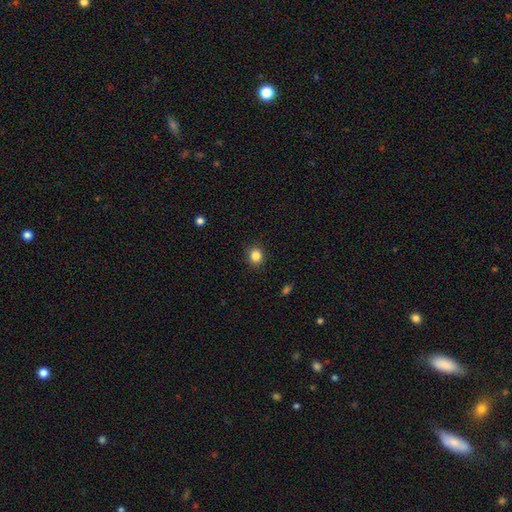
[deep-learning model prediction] smooth 85%, star or artifact 11%, featured or disk 5%. Down the decision tree: how rounded — round (80%); merging — none (89%).